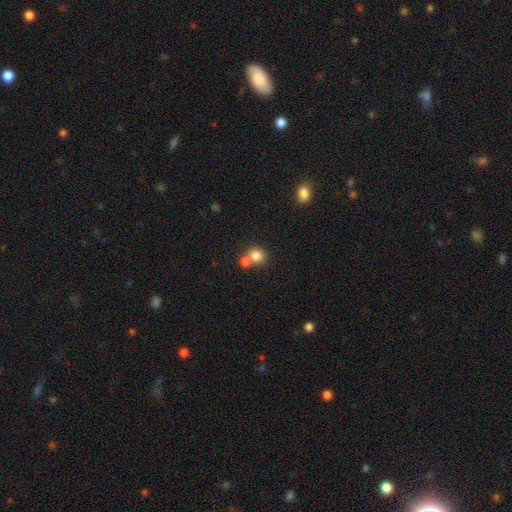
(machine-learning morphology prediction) Smooth or featured? smooth (80%)
How rounded? round (82%)
Merging? merger (47%)